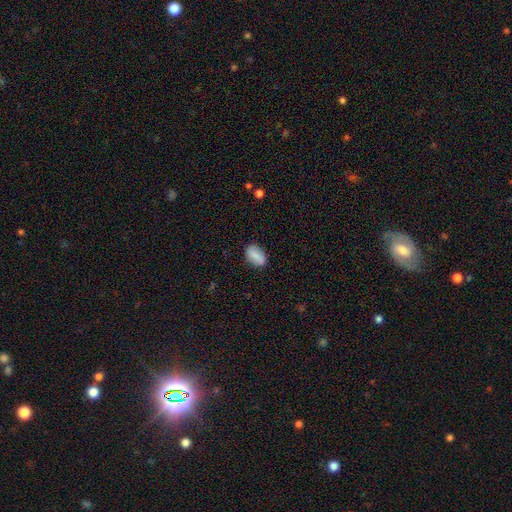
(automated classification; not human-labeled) Overall: smooth (77%). How rounded: in between (88%). Merging: none (82%).